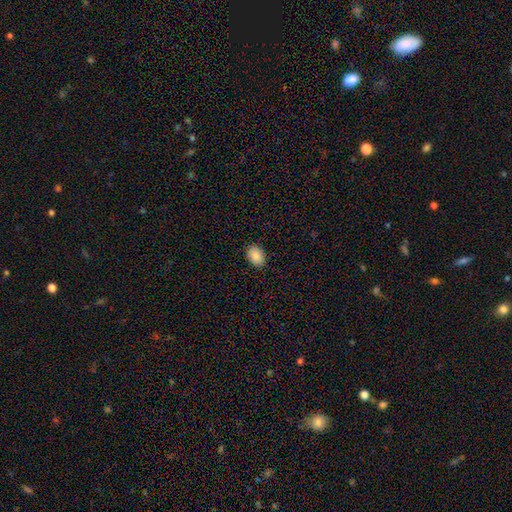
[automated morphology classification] smooth 88%, star or artifact 7%, featured or disk 4%. Down the decision tree: how rounded — in between (81%); merging — none (88%).